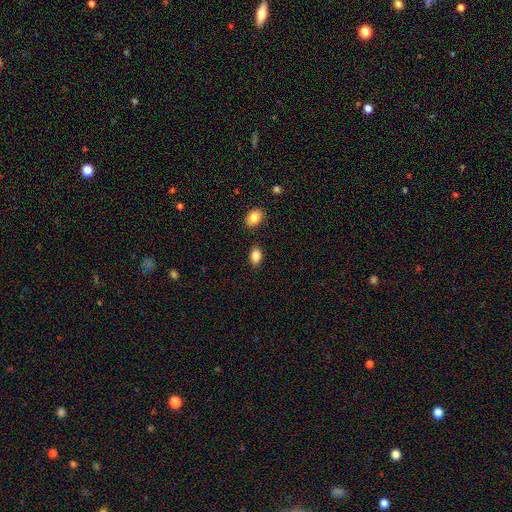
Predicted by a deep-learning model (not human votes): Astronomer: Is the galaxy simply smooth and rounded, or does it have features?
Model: smooth — 86%.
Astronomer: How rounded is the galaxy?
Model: in between — 86%.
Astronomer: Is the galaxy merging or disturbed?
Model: none — 84%.